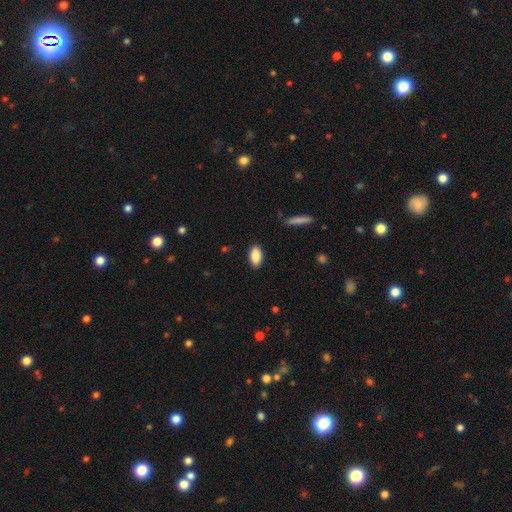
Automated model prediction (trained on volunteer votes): smooth-or-featured: smooth: 88% | star or artifact: 7% | featured or disk: 6%
  how-rounded: in between: 90% | cigar-shaped: 7% | round: 3%
  merging: none: 88% | minor disturbance: 9% | major disturbance: 2% | merger: 1%